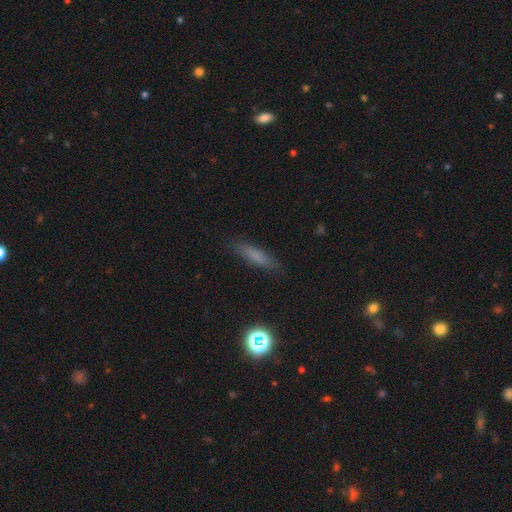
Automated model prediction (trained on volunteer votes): The model was most divided on "how rounded": cigar-shaped: 73%, in between: 24%, round: 3%. More confident: merging — none (83%); smooth or featured — smooth (71%).